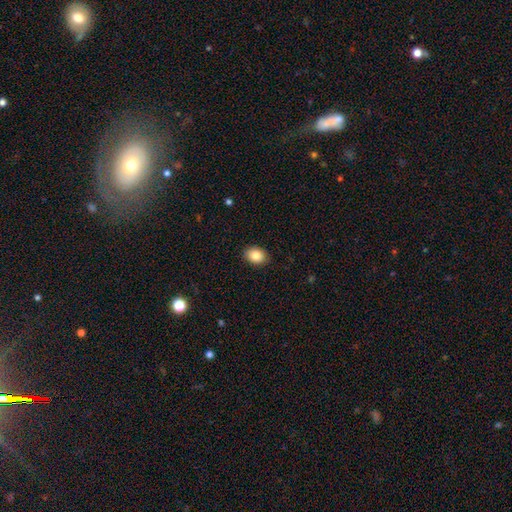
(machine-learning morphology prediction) This is clearly a smooth galaxy (85%). How rounded: likely in between (68%). Merging: clearly none (89%).